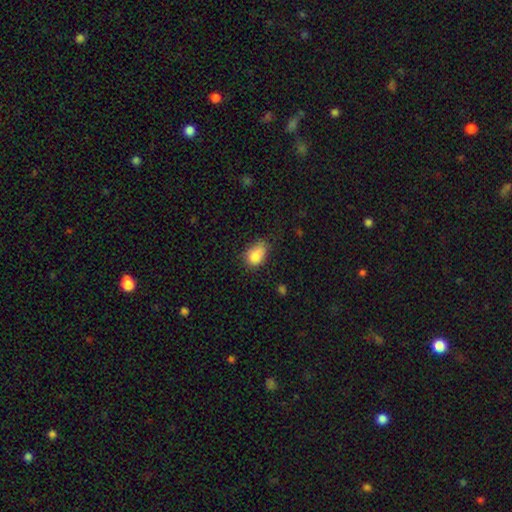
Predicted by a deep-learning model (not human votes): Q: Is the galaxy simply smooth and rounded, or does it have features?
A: smooth — 82%.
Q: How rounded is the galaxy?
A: in between — 78%.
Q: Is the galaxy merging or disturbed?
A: none — 46%.